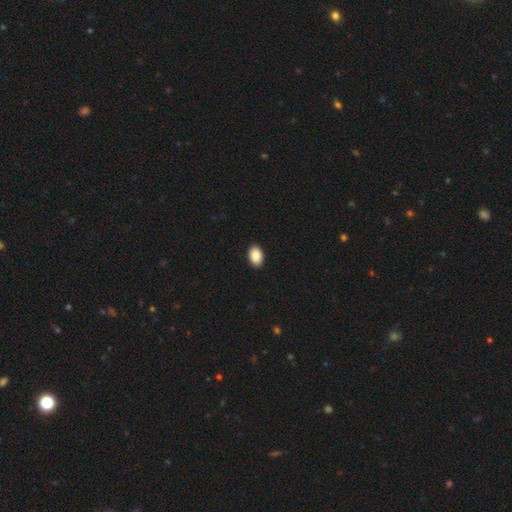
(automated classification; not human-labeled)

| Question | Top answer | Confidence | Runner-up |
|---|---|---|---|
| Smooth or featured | smooth | 90% | star or artifact (7%) |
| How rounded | in between | 90% | round (9%) |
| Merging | none | 91% | minor disturbance (6%) |